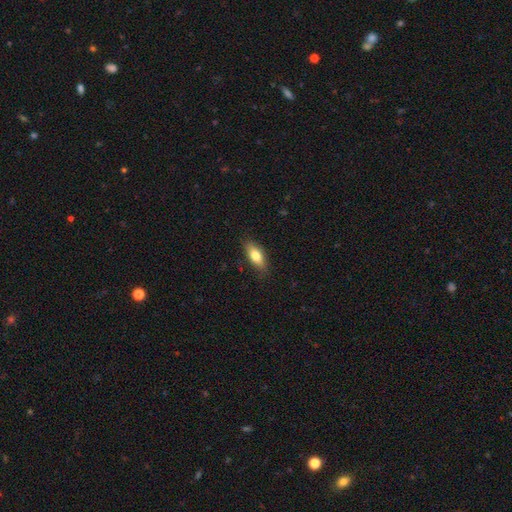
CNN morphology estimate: smooth-or-featured: smooth: 75% | featured or disk: 18% | star or artifact: 7%
  how-rounded: in between: 77% | cigar-shaped: 20% | round: 3%
  merging: none: 83% | minor disturbance: 13% | major disturbance: 2% | merger: 1%